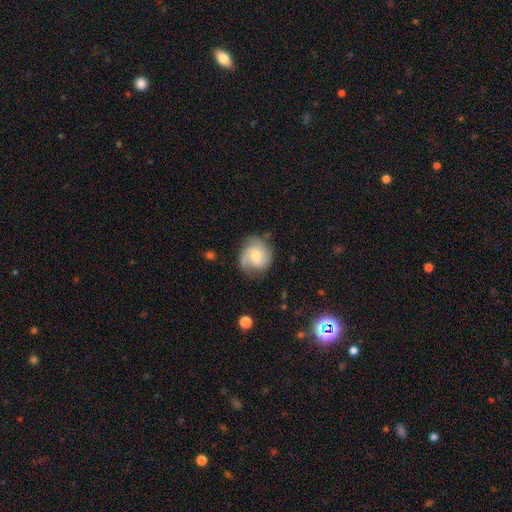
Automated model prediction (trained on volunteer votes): smooth-or-featured: featured or disk: 64% | smooth: 29% | star or artifact: 7%
  disk-edge-on: no: 98% | yes: 2%
    bar: no: 61% | weak: 34% | strong: 5%
    has-spiral-arms: yes: 93% | no: 7%
      spiral-winding: medium: 45% | tight: 33% | loose: 21%
      spiral-arm-count: 2: 39% | 3: 30% | can't tell: 17% | 1: 6% | 4: 5% | more than 4: 3%
    bulge-size: moderate: 49% | small: 44% | large: 3% | none: 3% | dominant: 1%
  merging: none: 71% | minor disturbance: 20% | major disturbance: 7% | merger: 2%